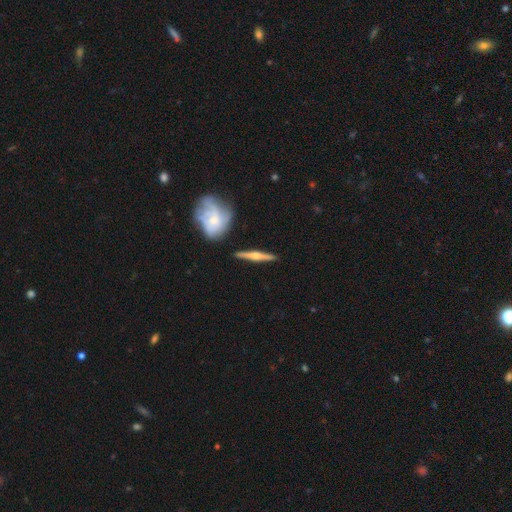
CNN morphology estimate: Smooth or featured? Predicted: featured or disk (p=0.70). Edge-on disk? Predicted: yes (p=0.97). Edge-on bulge? Predicted: rounded (p=0.87). Merging? Predicted: none (p=0.88).